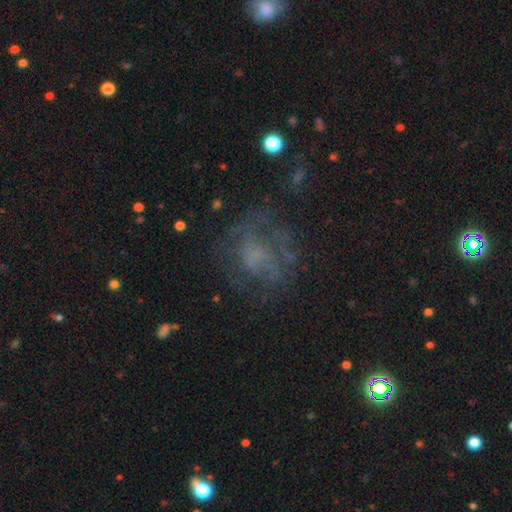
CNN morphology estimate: A featured or disk galaxy (51%).

Vote fractions:
- Smooth or featured? featured or disk: 51% / smooth: 30% / star or artifact: 19%
- Edge-on disk? no: 97% / yes: 3%
- Merging? none: 57% / major disturbance: 22% / minor disturbance: 18% / merger: 2%